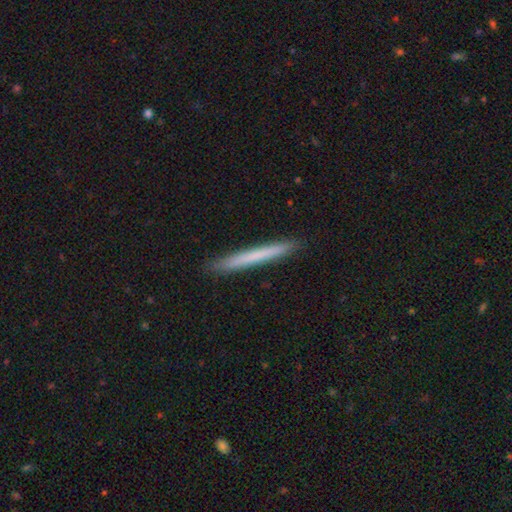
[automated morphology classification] The model was most divided on "smooth or featured": smooth: 66%, featured or disk: 28%, star or artifact: 6%. More confident: how rounded — cigar-shaped (97%); merging — none (92%).